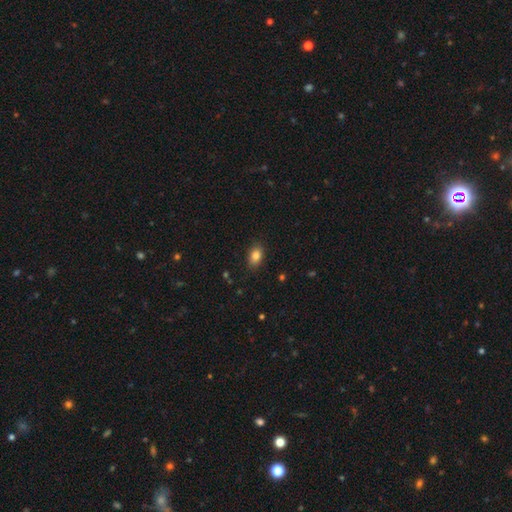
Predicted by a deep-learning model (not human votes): This appears to be a smooth galaxy with no disk features (84%) that is in between round and cigar-shaped (83%). Merging: none (86%).